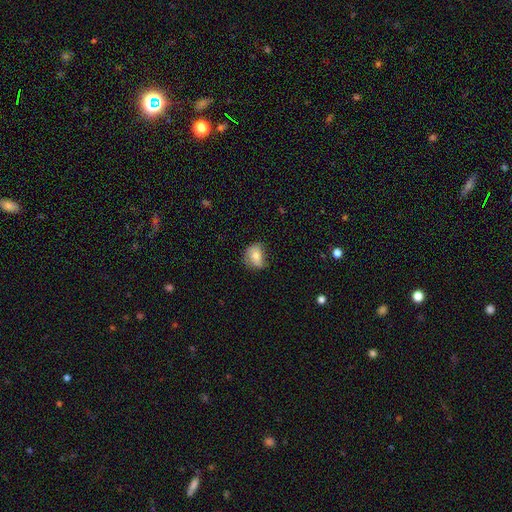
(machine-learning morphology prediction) Smooth or featured: smooth — 69% (featured or disk — 22%)
How rounded: in between — 57% (round — 42%)
Merging: none — 48% (minor disturbance — 36%)